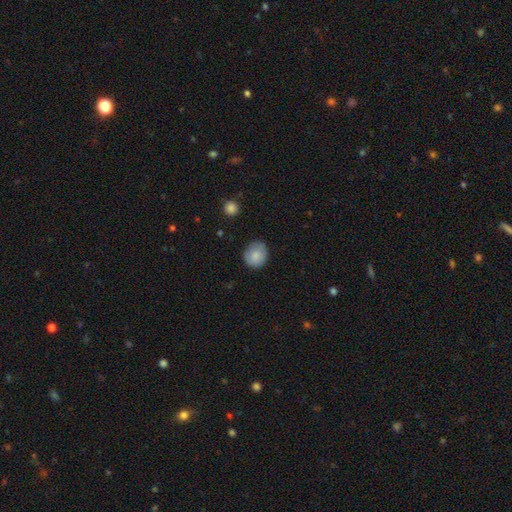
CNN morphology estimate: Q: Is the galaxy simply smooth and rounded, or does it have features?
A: smooth — 83%.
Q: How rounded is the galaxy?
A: round — 74%.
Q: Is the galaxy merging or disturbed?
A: none — 76%.